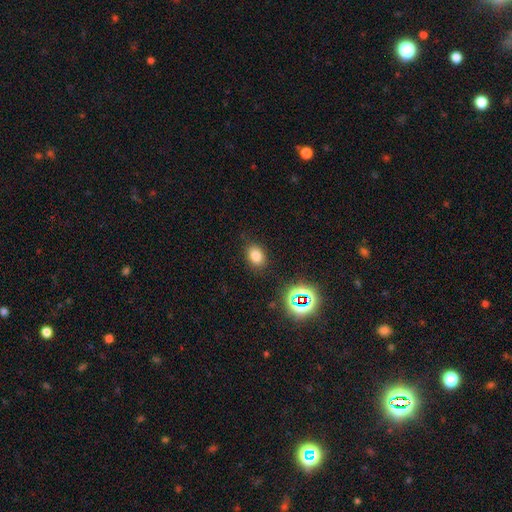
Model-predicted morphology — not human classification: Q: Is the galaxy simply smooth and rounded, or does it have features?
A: smooth — 77%.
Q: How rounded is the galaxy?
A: in between — 69%.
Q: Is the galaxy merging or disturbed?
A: none — 83%.